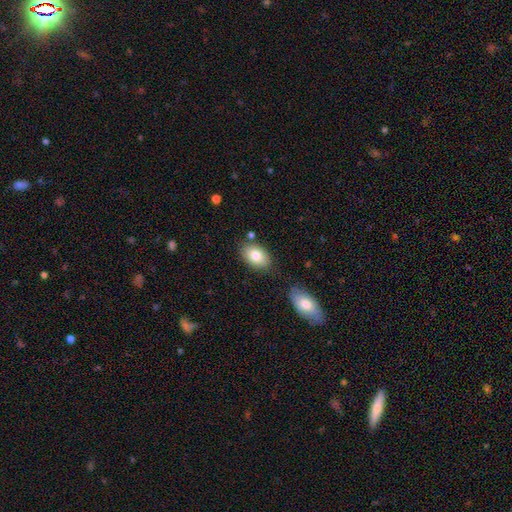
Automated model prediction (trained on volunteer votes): Smooth or featured? Predicted: smooth (p=0.81). How rounded? Predicted: in between (p=0.88). Merging? Predicted: none (p=0.77).